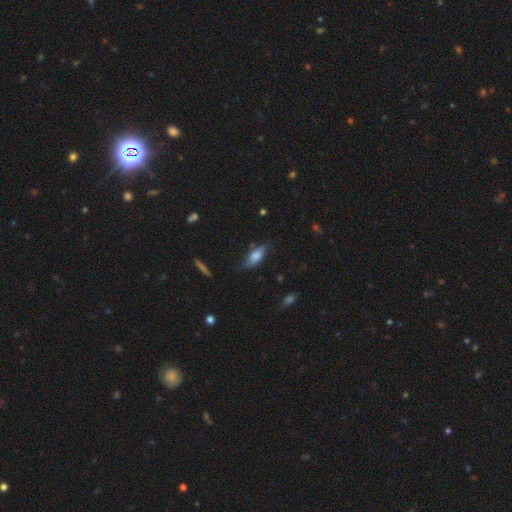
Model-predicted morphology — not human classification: smooth 67%, featured or disk 25%, star or artifact 8%. Down the decision tree: how rounded — in between (74%); merging — none (61%).